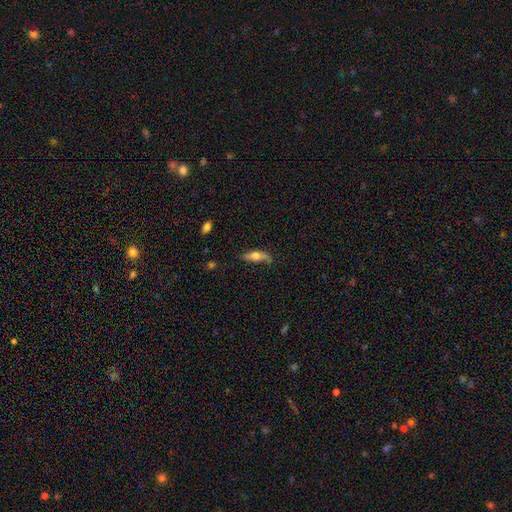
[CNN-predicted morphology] Smooth or featured? smooth (52%)
How rounded? cigar-shaped (53%)
Merging? none (55%)